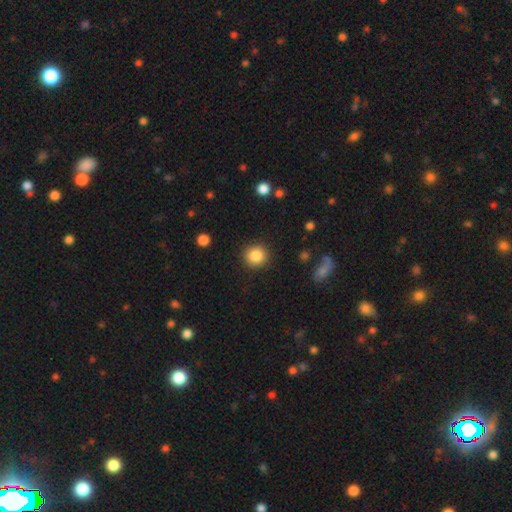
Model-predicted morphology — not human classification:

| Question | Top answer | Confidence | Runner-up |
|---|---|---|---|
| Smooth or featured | smooth | 86% | star or artifact (9%) |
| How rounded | round | 90% | in between (9%) |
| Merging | none | 90% | minor disturbance (6%) |